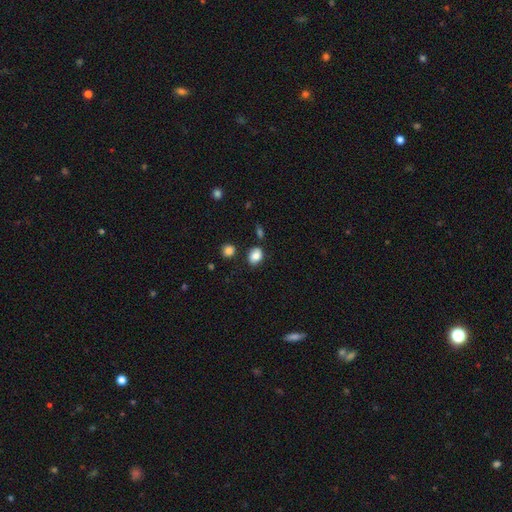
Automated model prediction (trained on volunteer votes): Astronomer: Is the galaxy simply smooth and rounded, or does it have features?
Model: smooth — 85%.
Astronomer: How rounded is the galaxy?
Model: in between — 62% (runner-up: round, 37%).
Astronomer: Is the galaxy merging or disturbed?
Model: none — 76%.